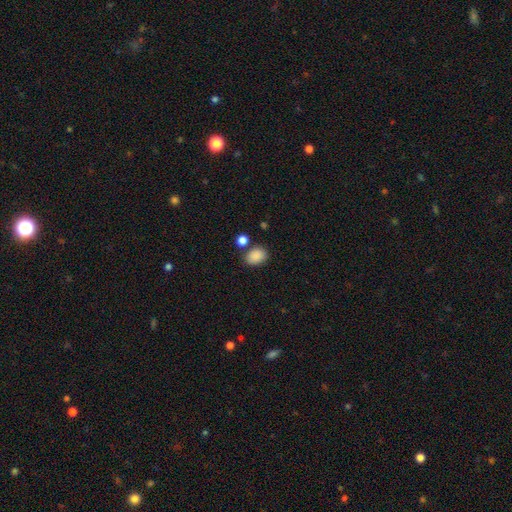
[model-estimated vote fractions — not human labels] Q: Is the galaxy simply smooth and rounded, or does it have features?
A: smooth — 87%.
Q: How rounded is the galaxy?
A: in between — 68%.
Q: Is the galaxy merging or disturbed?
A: none — 74%.